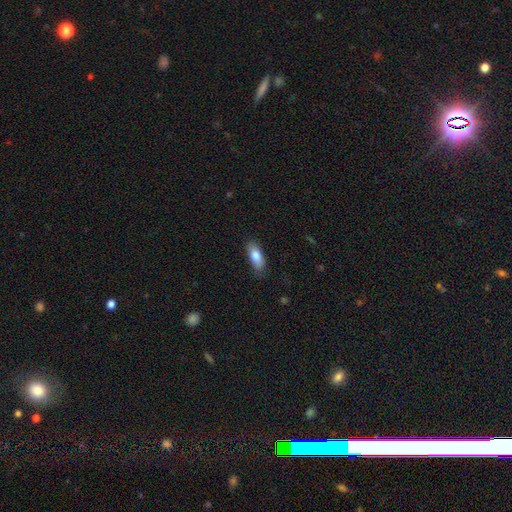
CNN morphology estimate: This appears to be a smooth galaxy with no disk features (82%) that is in between round and cigar-shaped (75%). Merging: none (81%).